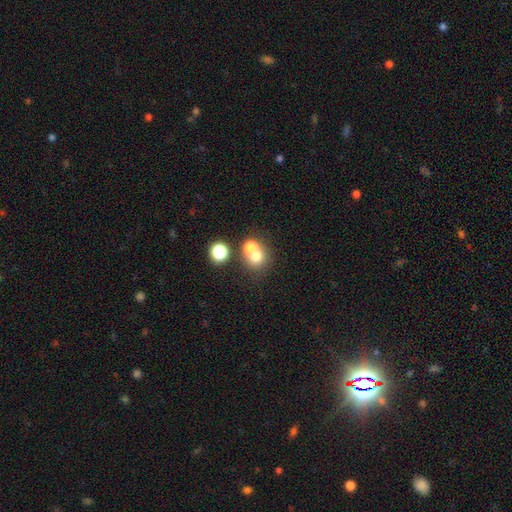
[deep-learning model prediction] smooth 68%, star or artifact 17%, featured or disk 15%. Down the decision tree: how rounded — round (80%); merging — merger (48%).